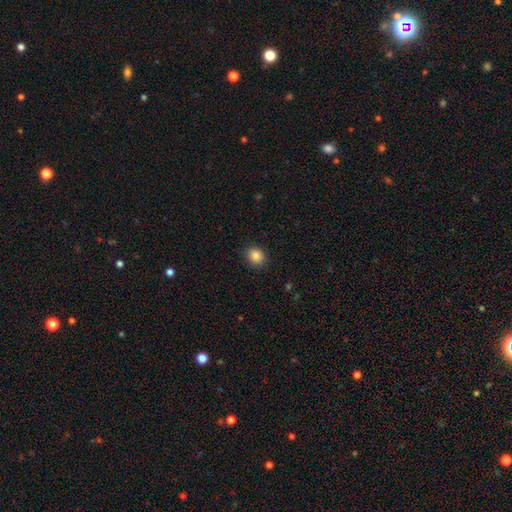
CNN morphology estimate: Smooth or featured? smooth (86%)
How rounded? round (70%)
Merging? none (89%)